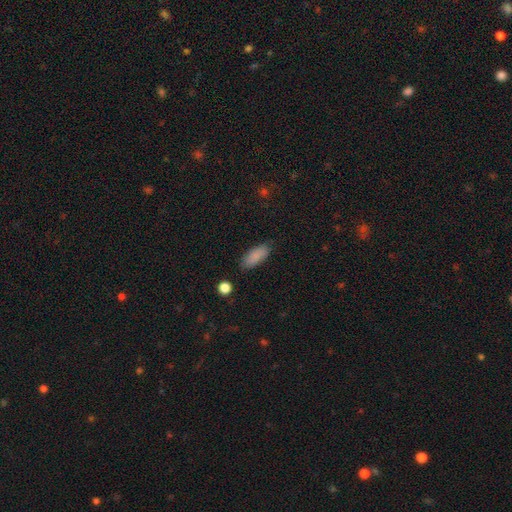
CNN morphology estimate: type=smooth (86%); roundness=in between (79%); merging=none (82%).